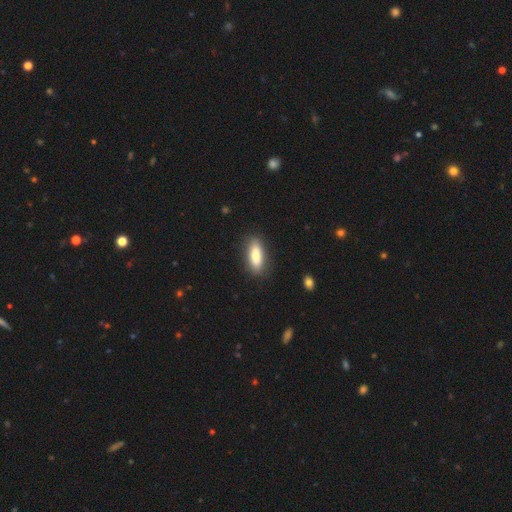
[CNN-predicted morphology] smooth-or-featured: smooth: 84% | featured or disk: 10% | star or artifact: 6%
  how-rounded: in between: 69% | cigar-shaped: 28% | round: 2%
  merging: none: 84% | minor disturbance: 12% | major disturbance: 3% | merger: 1%